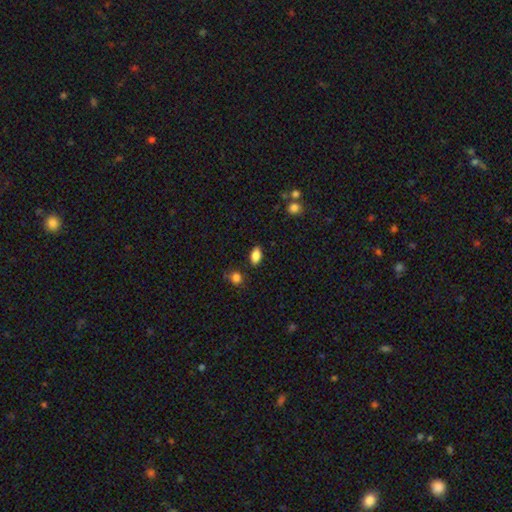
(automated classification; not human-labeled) This appears to be a smooth galaxy with no disk features (85%) that is in between round and cigar-shaped (90%). Merging: none (84%).